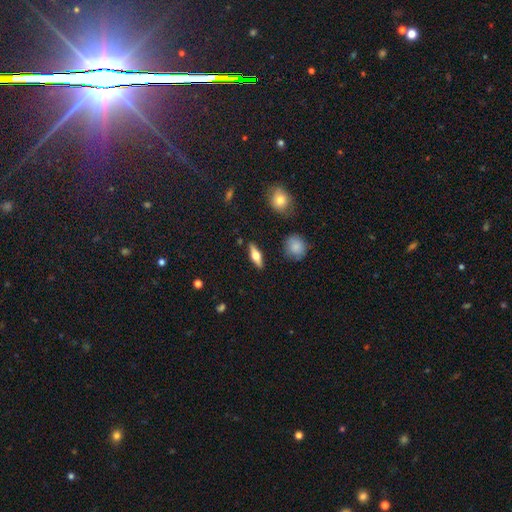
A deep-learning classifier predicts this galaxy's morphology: This appears to be a featured or disk galaxy (53%) viewed edge-on (92%). Merging: none (88%).